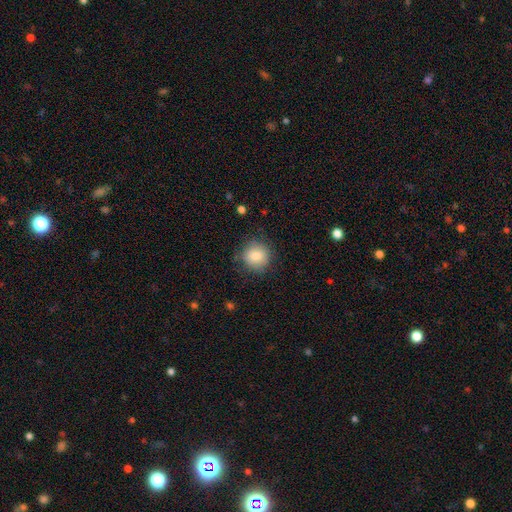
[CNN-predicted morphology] smooth_or_featured: smooth (p=0.83) [alt: featured or disk p=0.09]
how_rounded: round (p=0.90) [alt: in between p=0.09]
merging: none (p=0.82) [alt: minor disturbance p=0.13]